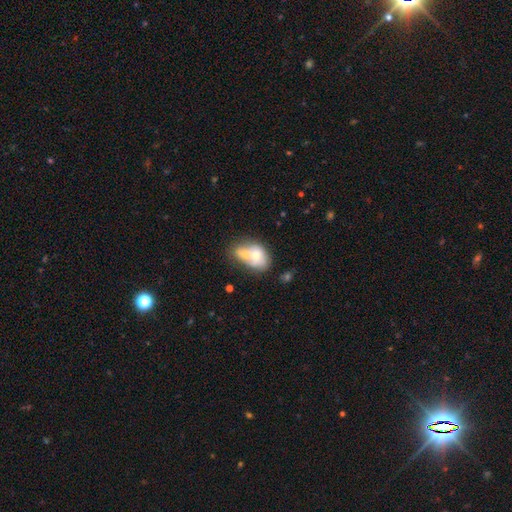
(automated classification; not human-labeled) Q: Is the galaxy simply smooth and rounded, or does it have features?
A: smooth — 59%.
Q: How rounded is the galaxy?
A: in between — 72%.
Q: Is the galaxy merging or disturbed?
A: merger — 67%.